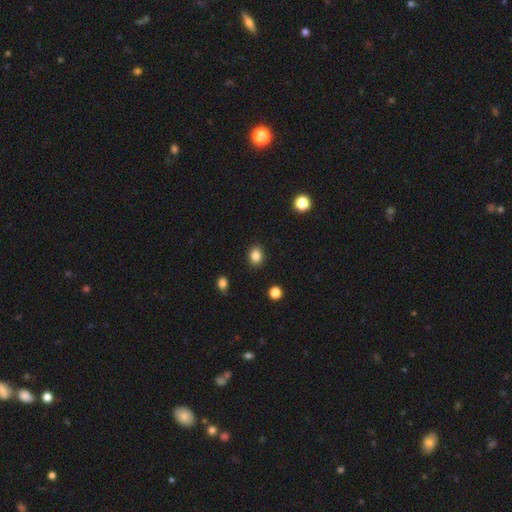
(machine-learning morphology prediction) Smooth or featured: smooth — 85% (star or artifact — 10%)
How rounded: round — 53% (in between — 46%)
Merging: none — 89% (minor disturbance — 7%)